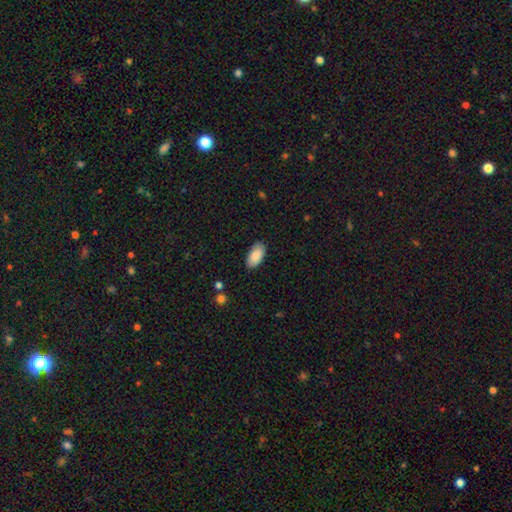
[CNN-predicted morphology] Smooth or featured: smooth — 88% (star or artifact — 6%)
How rounded: in between — 95% (cigar-shaped — 2%)
Merging: none — 87% (minor disturbance — 10%)